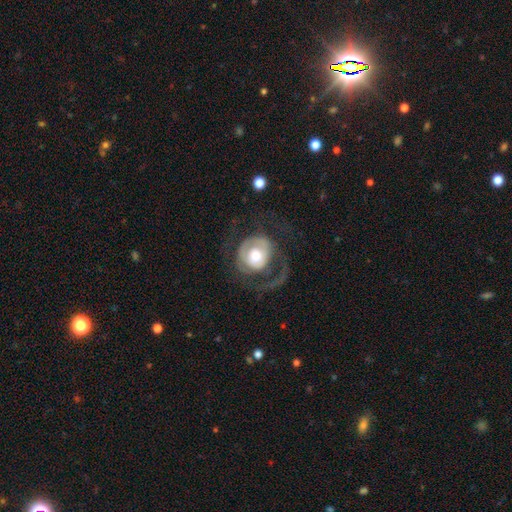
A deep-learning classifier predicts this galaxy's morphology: A featured or disk galaxy (61%) with no bar (72%), spiral arms (65%) and a moderate central bulge (60%).

Vote fractions:
- Smooth or featured? featured or disk: 61% / smooth: 32% / star or artifact: 6%
- Edge-on disk? no: 97% / yes: 3%
- Bar? no: 72% / weak: 22% / strong: 6%
- Spiral arms? yes: 65% / no: 35%
- Bulge size? moderate: 60% / large: 19% / small: 17% / dominant: 3% / none: 2%
- Merging? major disturbance: 47% / none: 36% / minor disturbance: 15% / merger: 2%